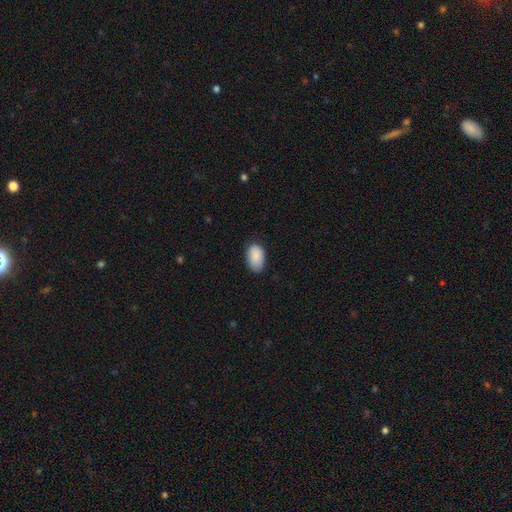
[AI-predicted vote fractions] smooth_or_featured: smooth (p=0.89) [alt: star or artifact p=0.07]
how_rounded: in between (p=0.93) [alt: round p=0.06]
merging: none (p=0.74) [alt: minor disturbance p=0.22]